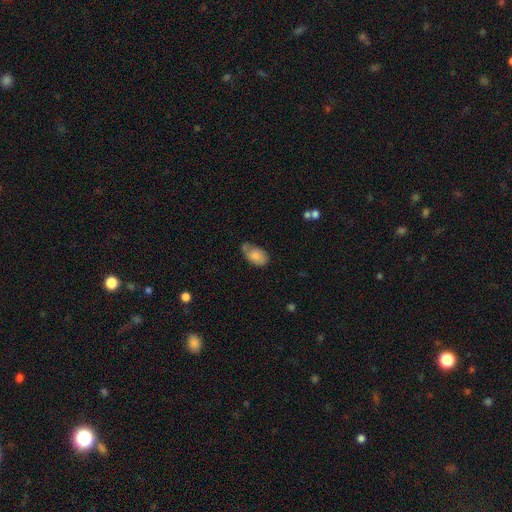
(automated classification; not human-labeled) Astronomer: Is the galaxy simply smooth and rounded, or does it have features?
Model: smooth — 75%.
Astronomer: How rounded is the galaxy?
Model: in between — 91%.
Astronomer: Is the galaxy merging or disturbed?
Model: none — 48% (runner-up: minor disturbance, 36%).